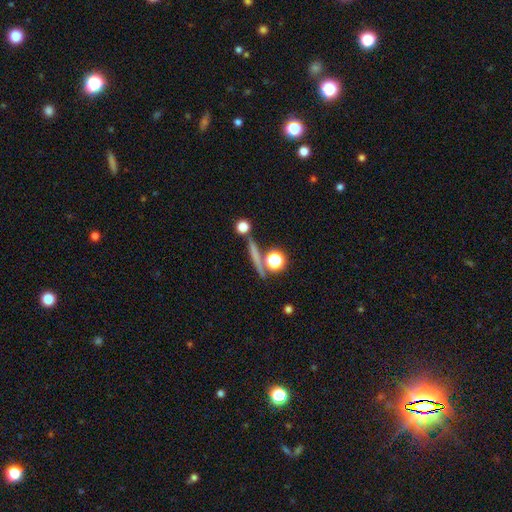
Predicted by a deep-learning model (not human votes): Q: Smooth or featured?
A: smooth (49%); runner-up: featured or disk (30%)
Q: Merging?
A: none (76%); runner-up: merger (10%)